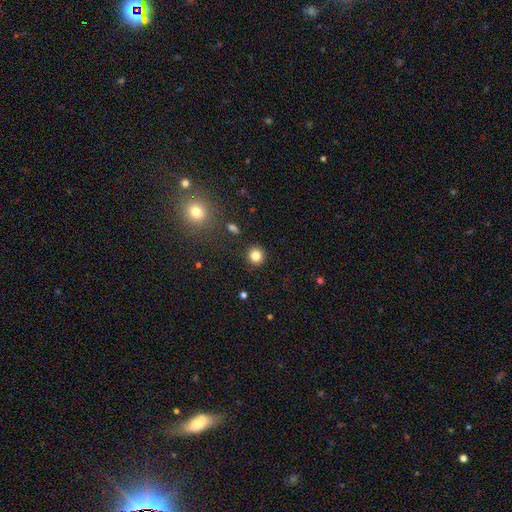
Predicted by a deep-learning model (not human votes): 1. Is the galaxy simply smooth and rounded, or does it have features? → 82% smooth, 12% star or artifact, 6% featured or disk.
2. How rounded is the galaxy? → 91% round, 8% in between, 1% cigar-shaped.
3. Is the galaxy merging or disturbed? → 91% none, 6% minor disturbance, 2% major disturbance, 2% merger.